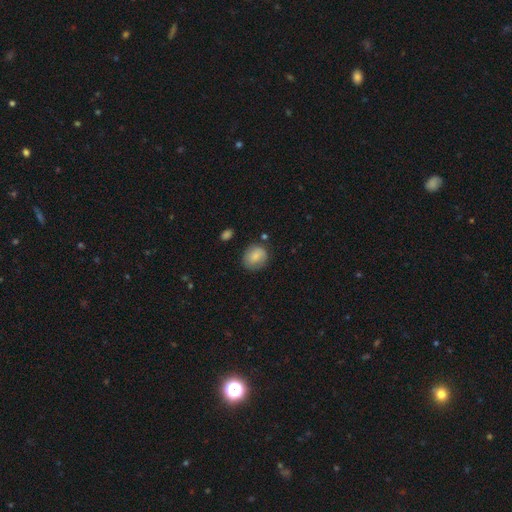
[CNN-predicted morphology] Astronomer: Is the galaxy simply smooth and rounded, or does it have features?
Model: smooth — 80%.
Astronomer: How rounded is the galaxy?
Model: round — 67%.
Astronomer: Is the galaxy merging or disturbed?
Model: none — 73%.